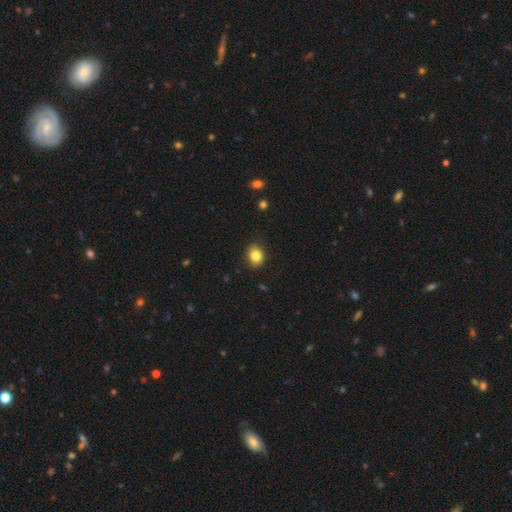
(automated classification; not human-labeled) The model was most divided on "how rounded": in between: 51%, round: 48%, cigar-shaped: 1%. More confident: merging — none (85%); smooth or featured — smooth (84%).